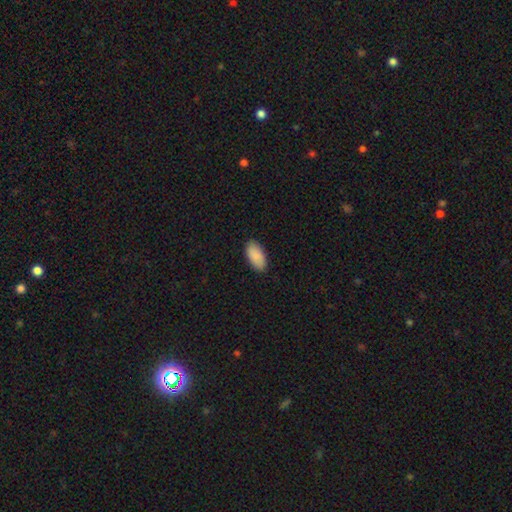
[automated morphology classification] A smooth galaxy with no disk features (90%) that is in between round and cigar-shaped (94%).

Vote fractions:
- Smooth or featured? smooth: 90% / star or artifact: 6% / featured or disk: 4%
- How rounded? in between: 94% / cigar-shaped: 4% / round: 2%
- Merging? none: 88% / minor disturbance: 9% / major disturbance: 2% / merger: 1%